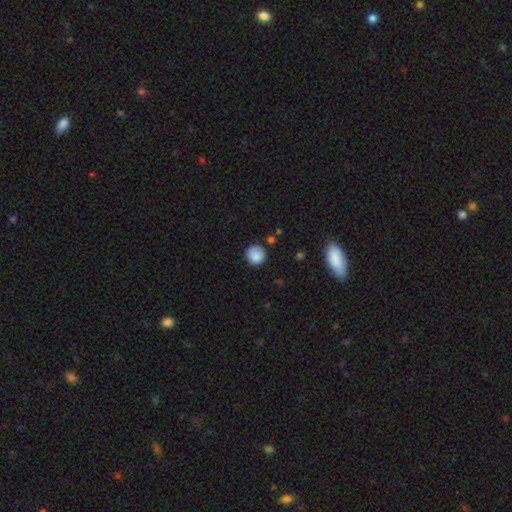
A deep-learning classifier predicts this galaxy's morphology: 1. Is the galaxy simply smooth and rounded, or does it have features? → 86% smooth, 9% star or artifact, 5% featured or disk.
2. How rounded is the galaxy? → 94% round, 6% in between, 1% cigar-shaped.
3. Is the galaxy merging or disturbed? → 83% none, 12% minor disturbance, 3% major disturbance, 2% merger.